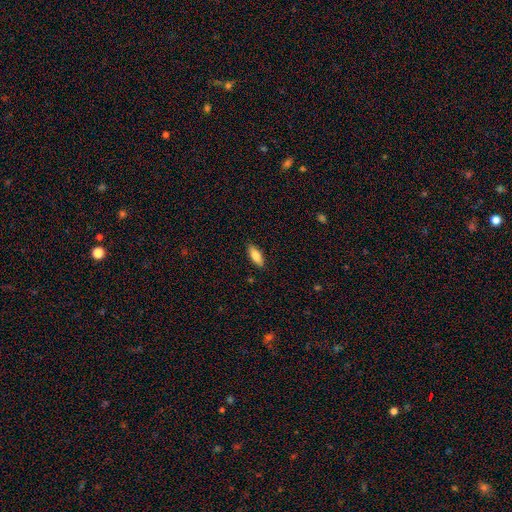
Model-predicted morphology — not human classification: A smooth galaxy with no disk features (82%) that is in between round and cigar-shaped (74%). Merging: none (87%).